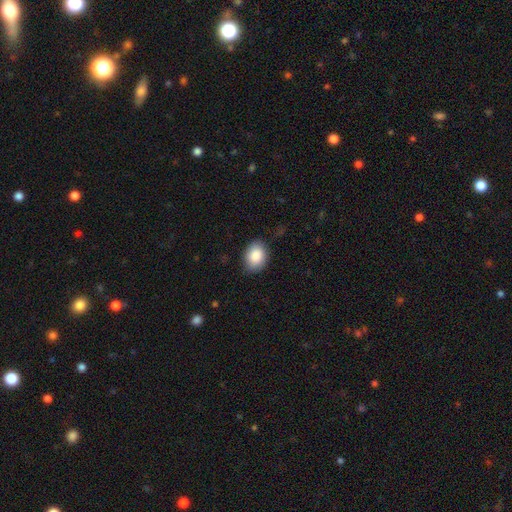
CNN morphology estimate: Smooth or featured?
  - smooth: 87% *
  - star or artifact: 7%
  - featured or disk: 6%
How rounded?
  - in between: 73% *
  - round: 26%
  - cigar-shaped: 1%
Merging?
  - none: 83% *
  - minor disturbance: 14%
  - major disturbance: 3%
  - merger: 1%